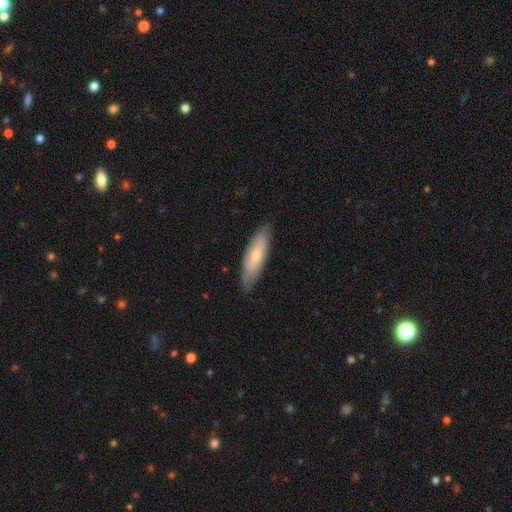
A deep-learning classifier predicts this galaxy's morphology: This appears to be a smooth galaxy with no disk features (61%) that is cigar-shaped (52%). Merging: none (80%).